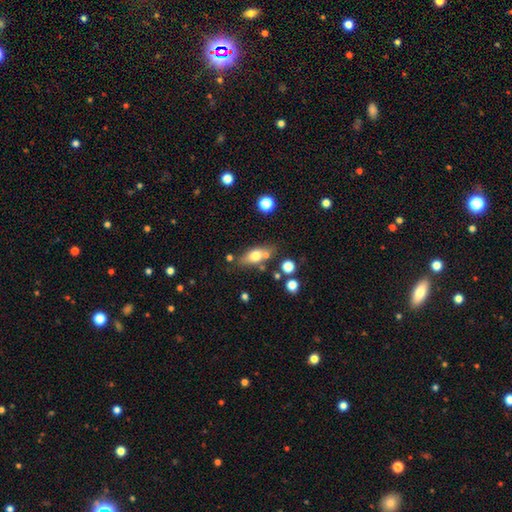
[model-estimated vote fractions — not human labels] smooth_or_featured: smooth (p=0.67) [alt: featured or disk p=0.24]
how_rounded: in between (p=0.72) [alt: cigar-shaped p=0.18]
merging: none (p=0.65) [alt: minor disturbance p=0.16]